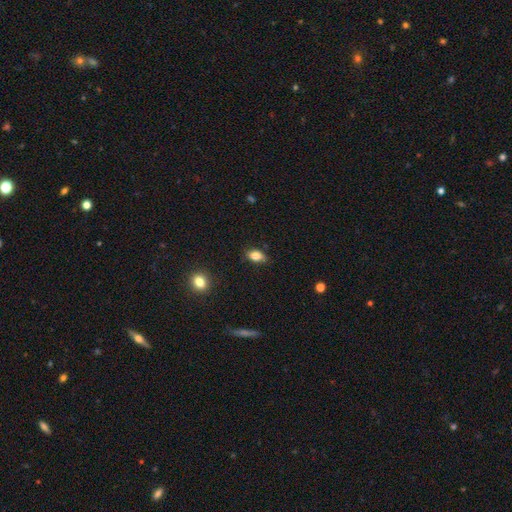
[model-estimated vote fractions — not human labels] Smooth or featured? Predicted: smooth (p=0.82). How rounded? Predicted: in between (p=0.84). Merging? Predicted: none (p=0.77).